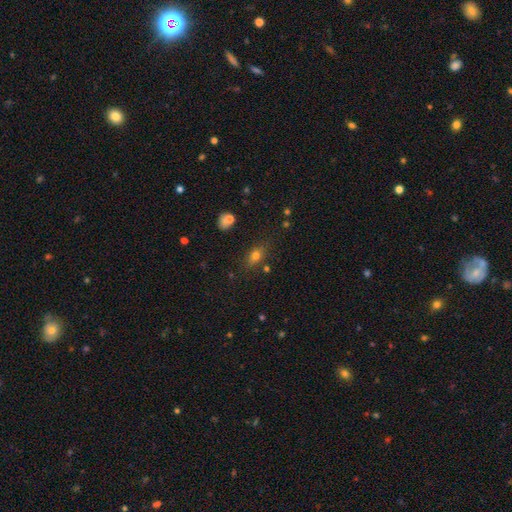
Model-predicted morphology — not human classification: Q: Smooth or featured?
A: smooth (68%); runner-up: featured or disk (19%)
Q: How rounded?
A: in between (70%); runner-up: round (17%)
Q: Merging?
A: none (76%); runner-up: minor disturbance (14%)